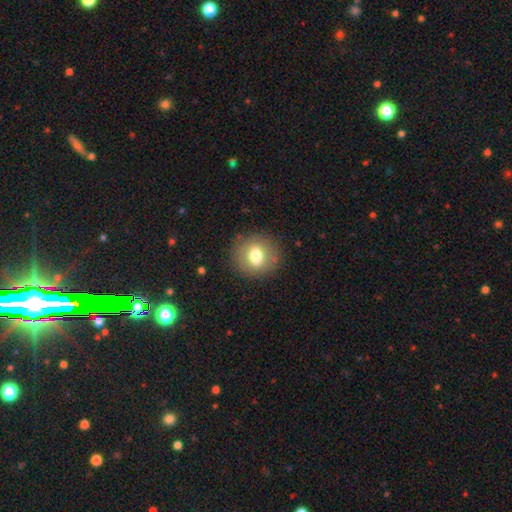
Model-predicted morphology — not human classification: This is likely a smooth galaxy (69%). How rounded: clearly round (81%). Merging: clearly none (86%).